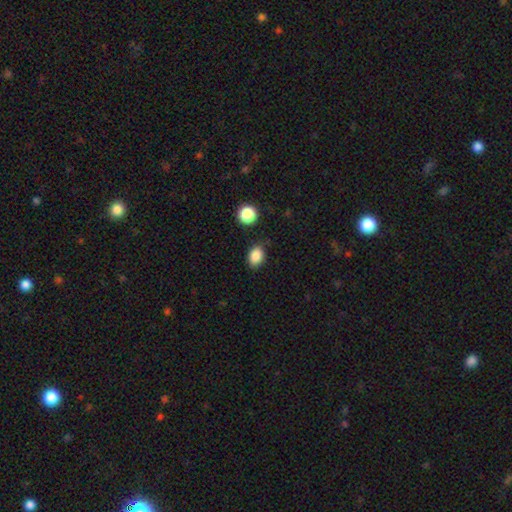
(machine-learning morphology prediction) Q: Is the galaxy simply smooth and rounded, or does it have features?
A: smooth — 87%.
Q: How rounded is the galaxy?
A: in between — 72%.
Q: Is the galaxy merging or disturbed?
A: none — 77%.